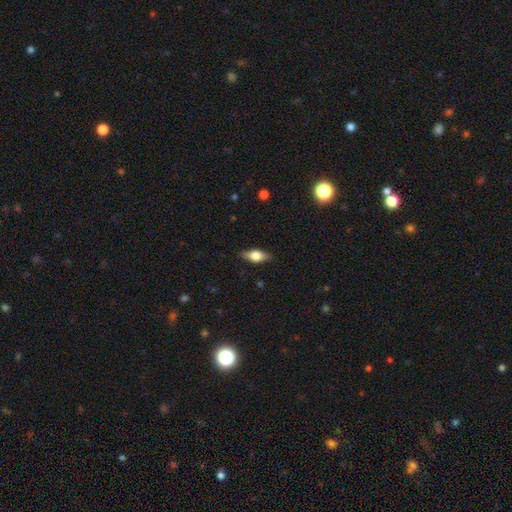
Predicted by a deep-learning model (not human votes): Morphology: type=smooth (61%); roundness=in between (77%); merging=none (86%).